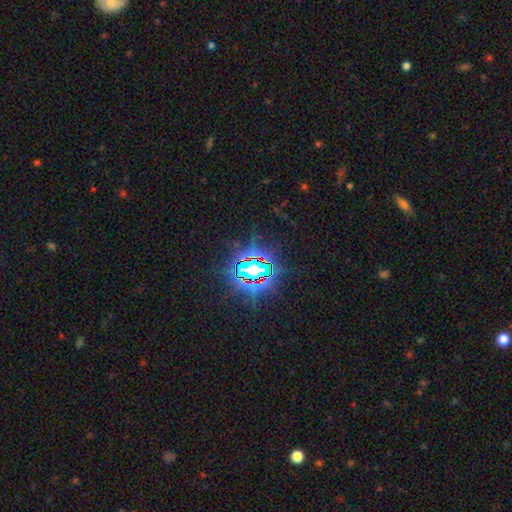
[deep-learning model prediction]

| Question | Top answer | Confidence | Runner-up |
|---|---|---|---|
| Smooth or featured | star or artifact | 82% | smooth (10%) |